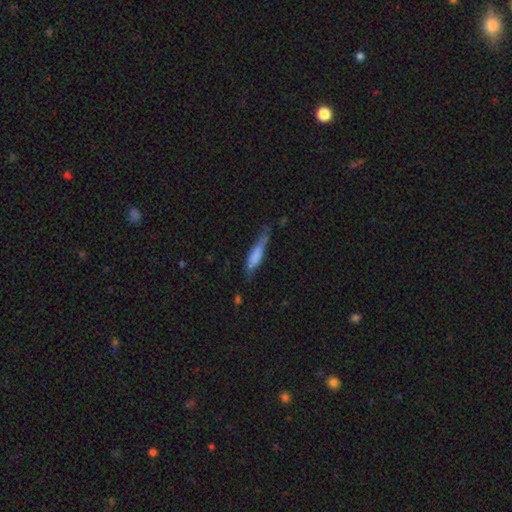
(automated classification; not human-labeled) smooth_or_featured: smooth (p=0.69) [alt: featured or disk p=0.25]
how_rounded: cigar-shaped (p=0.82) [alt: in between p=0.16]
merging: none (p=0.47) [alt: minor disturbance p=0.36]